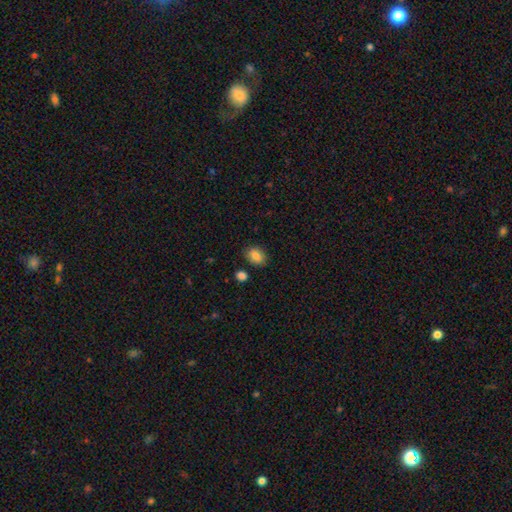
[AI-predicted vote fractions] The model was most divided on "how rounded": in between: 66%, round: 33%, cigar-shaped: 1%. More confident: smooth or featured — smooth (85%); merging — none (82%).